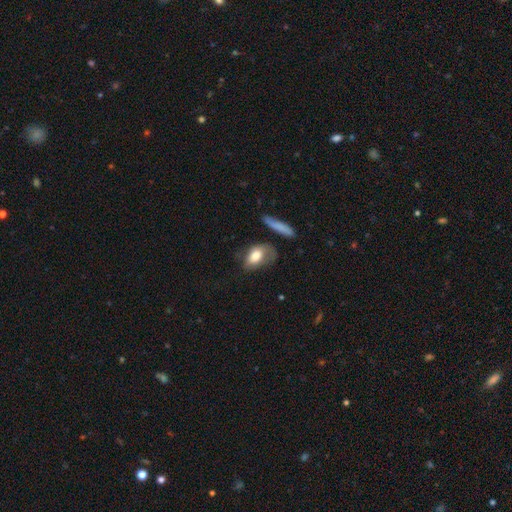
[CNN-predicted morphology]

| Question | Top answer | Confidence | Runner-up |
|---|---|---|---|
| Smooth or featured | smooth | 73% | featured or disk (20%) |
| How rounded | in between | 85% | round (11%) |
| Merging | none | 35% | minor disturbance (31%) |